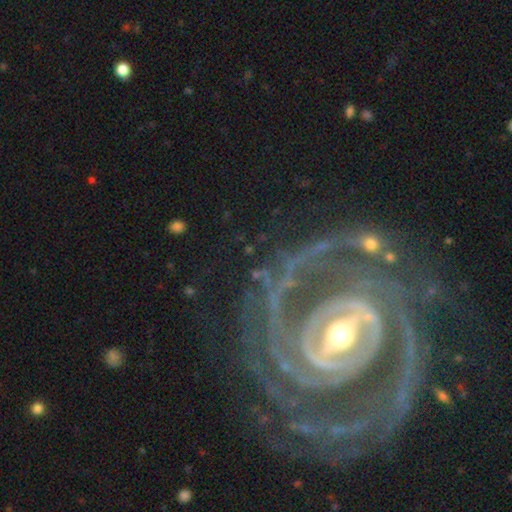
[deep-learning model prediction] The model was most divided on "spiral arm count": 2: 33%, 3: 20%, can't tell: 18%, 4: 12%, more than 4: 9%, 1: 8%. More confident: spiral arms — yes (97%); edge-on disk — no (97%); smooth or featured — featured or disk (91%); spiral winding — tight (75%); merging — none (71%); bar — strong (60%); bulge size — moderate (60%).